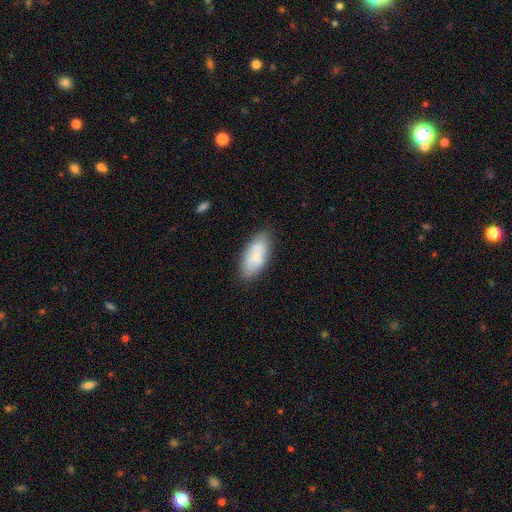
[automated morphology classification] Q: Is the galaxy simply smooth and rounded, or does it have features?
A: smooth — 77%.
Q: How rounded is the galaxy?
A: in between — 88%.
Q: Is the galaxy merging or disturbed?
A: none — 79%.